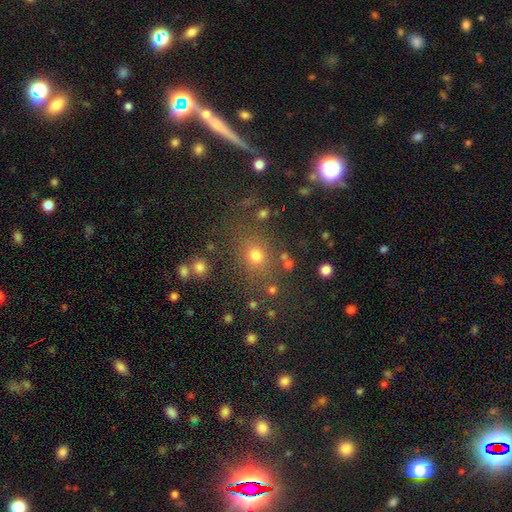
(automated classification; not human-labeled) The model was most divided on "smooth or featured": smooth: 69%, star or artifact: 22%, featured or disk: 8%. More confident: merging — none (78%); how rounded — round (74%).